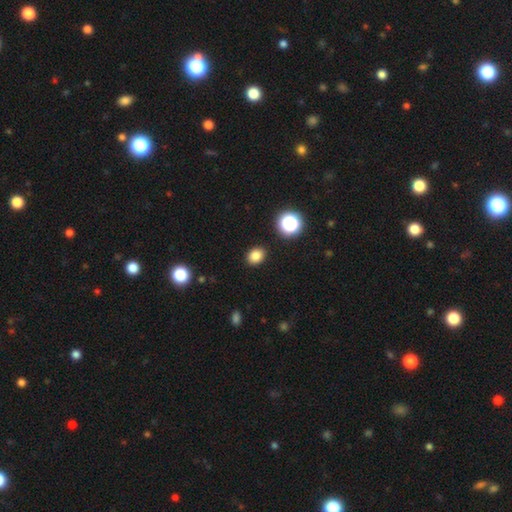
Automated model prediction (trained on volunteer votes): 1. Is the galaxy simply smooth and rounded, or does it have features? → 83% smooth, 13% star or artifact, 4% featured or disk.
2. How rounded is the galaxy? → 53% in between, 47% round, 1% cigar-shaped.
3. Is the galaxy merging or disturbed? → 90% none, 7% minor disturbance, 2% major disturbance, 1% merger.